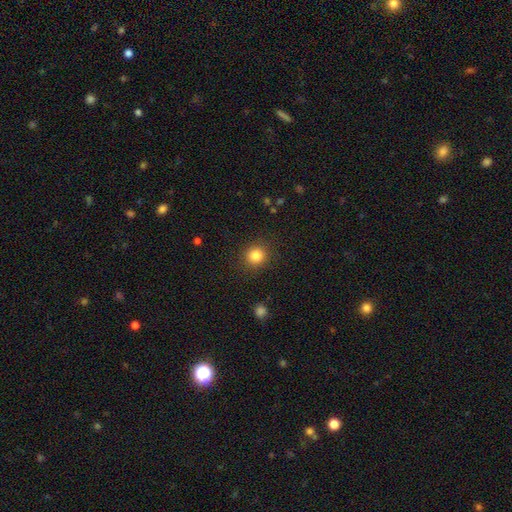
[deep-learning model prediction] Smooth or featured: smooth — 84% (star or artifact — 11%)
How rounded: round — 90% (in between — 9%)
Merging: none — 89% (minor disturbance — 7%)